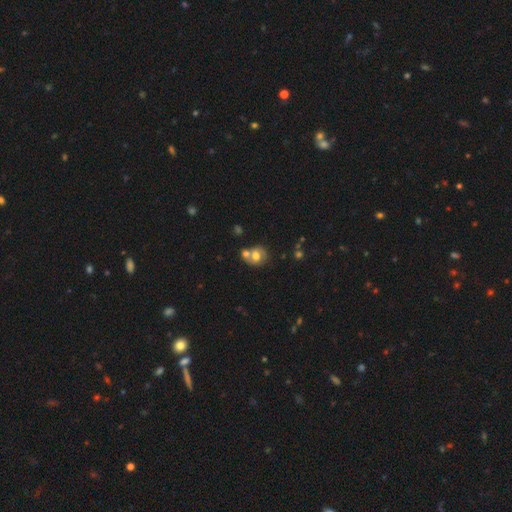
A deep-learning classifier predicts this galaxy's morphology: A smooth galaxy with no disk features (60%) that is round (68%).

Vote fractions:
- Smooth or featured? smooth: 60% / featured or disk: 30% / star or artifact: 10%
- How rounded? round: 68% / in between: 32% / cigar-shaped: 1%
- Merging? merger: 46% / none: 37% / minor disturbance: 11% / major disturbance: 5%